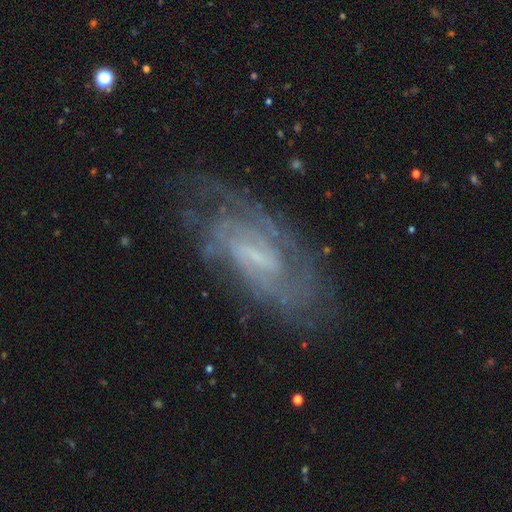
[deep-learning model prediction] This is clearly a featured or disk galaxy (83%). It is clearly not viewed edge-on (92%). Bar: possibly weak (51%). Spiral arm pattern: clearly yes (93%). Spiral arm count: marginally can't tell (44%). Spiral winding: possibly tight (59%). Central bulge: possibly small (54%). Merging: likely none (71%).